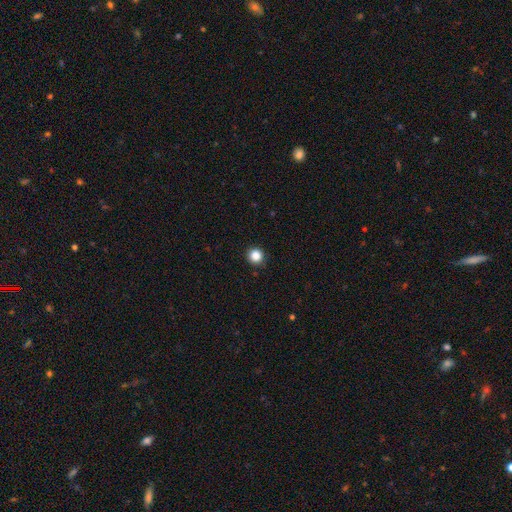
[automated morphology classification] Smooth or featured? smooth (86%)
How rounded? round (95%)
Merging? none (91%)